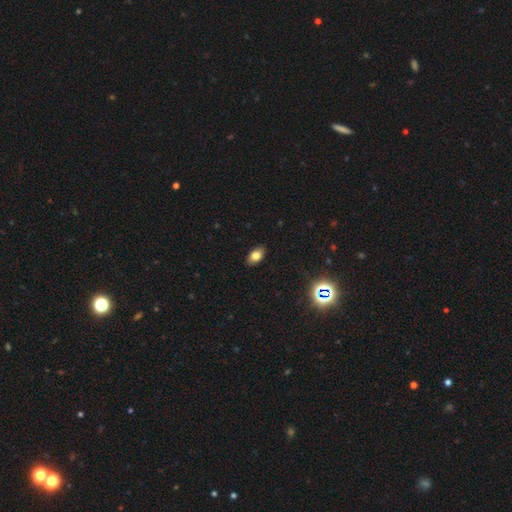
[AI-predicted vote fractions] Q: Smooth or featured?
A: smooth (78%); runner-up: star or artifact (11%)
Q: How rounded?
A: in between (89%); runner-up: round (9%)
Q: Merging?
A: none (88%); runner-up: minor disturbance (9%)